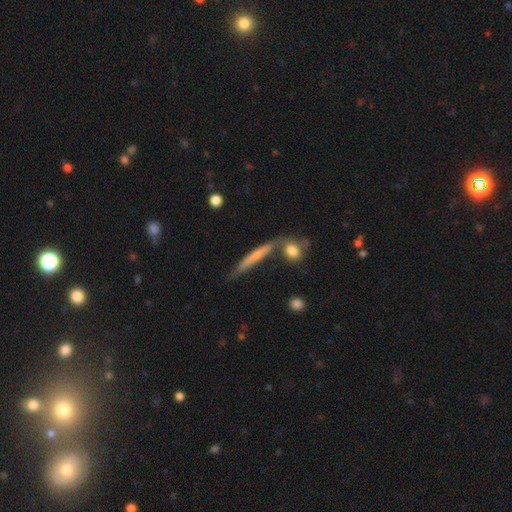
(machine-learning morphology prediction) The model was most divided on "smooth or featured": smooth: 57%, featured or disk: 36%, star or artifact: 7%. More confident: how rounded — cigar-shaped (90%); merging — none (60%).